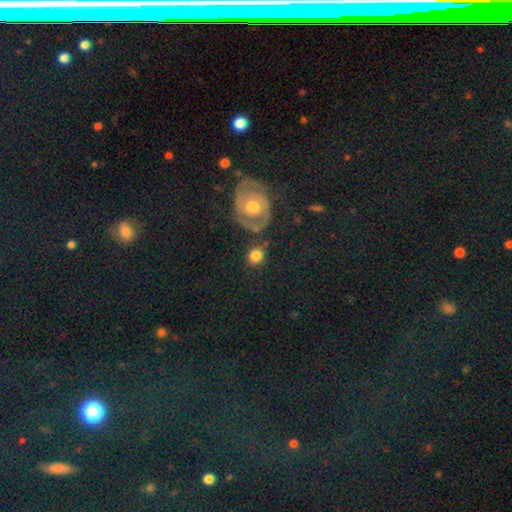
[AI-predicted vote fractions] Overall: smooth (77%). How rounded: round (72%). Merging: none (67%).